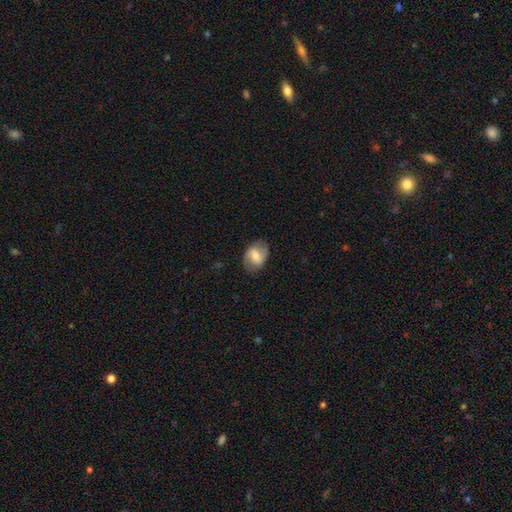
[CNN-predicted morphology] Smooth or featured? featured or disk (56%)
Edge-on disk? no (96%)
Bar? weak (47%)
Spiral arms? yes (80%)
Bulge size? moderate (53%)
Merging? none (80%)